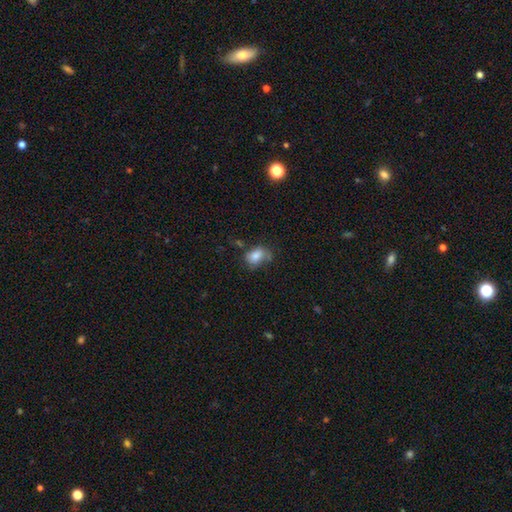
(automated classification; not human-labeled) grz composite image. It shows a smooth galaxy with no disk features (80%) that is in between round and cigar-shaped (74%). Merging: none (48%).